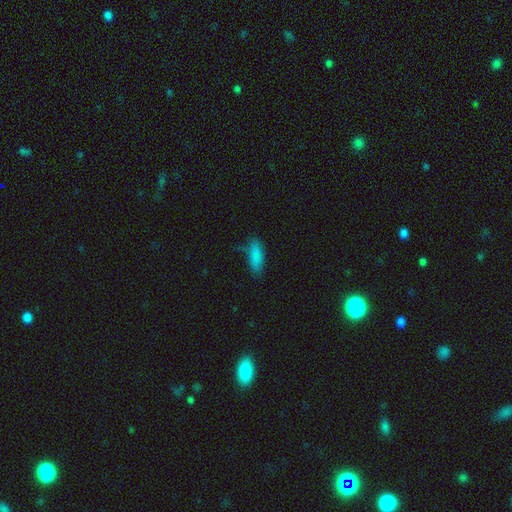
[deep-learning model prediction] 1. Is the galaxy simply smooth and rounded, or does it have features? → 85% smooth, 8% star or artifact, 7% featured or disk.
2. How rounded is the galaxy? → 65% in between, 33% cigar-shaped, 2% round.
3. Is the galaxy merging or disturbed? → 64% none, 25% minor disturbance, 7% major disturbance, 4% merger.